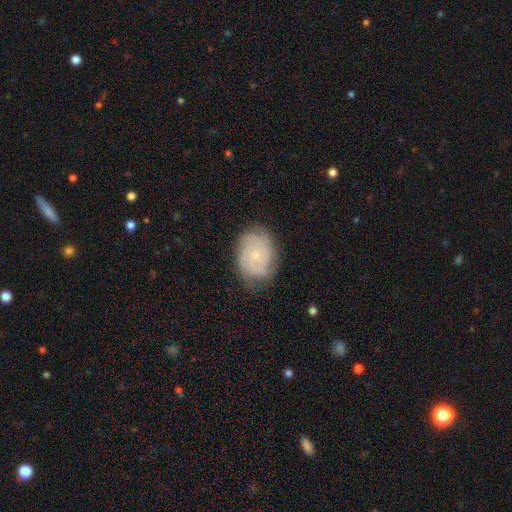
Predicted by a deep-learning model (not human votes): Smooth or featured: featured or disk — 73% (smooth — 20%)
Edge-on disk: no — 97% (yes — 3%)
Bar: no — 80% (weak — 18%)
Spiral arms: yes — 93% (no — 7%)
Spiral winding: tight — 68% (medium — 26%)
Spiral arm count: can't tell — 35% (3 — 23%)
Bulge size: small — 77% (moderate — 19%)
Merging: none — 74% (minor disturbance — 19%)